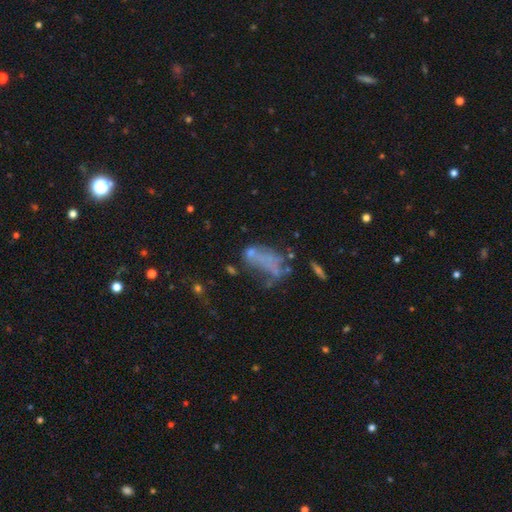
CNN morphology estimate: smooth-or-featured: featured or disk: 44% | smooth: 40% | star or artifact: 17%
  merging: major disturbance: 34% | none: 27% | merger: 20% | minor disturbance: 18%